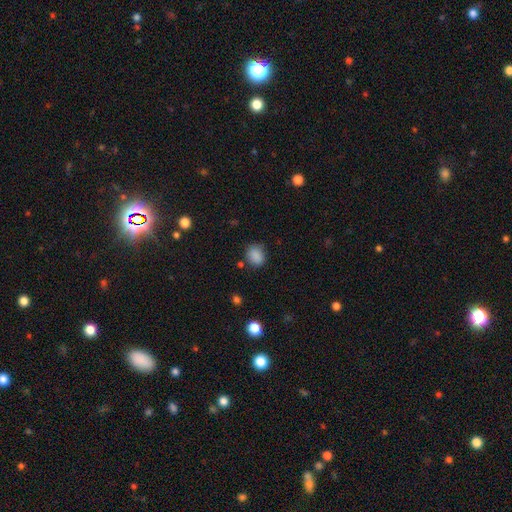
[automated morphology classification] Smooth or featured? Predicted: smooth (p=0.86). How rounded? Predicted: round (p=0.52). Merging? Predicted: none (p=0.77).